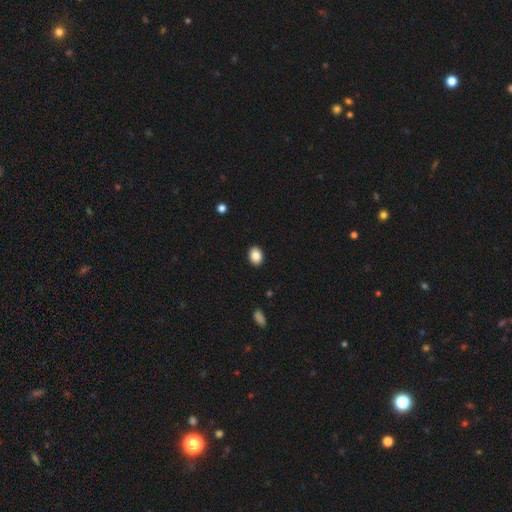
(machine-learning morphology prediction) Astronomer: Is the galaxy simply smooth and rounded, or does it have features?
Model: smooth — 88%.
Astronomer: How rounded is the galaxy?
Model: in between — 67%.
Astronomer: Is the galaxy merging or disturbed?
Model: none — 90%.